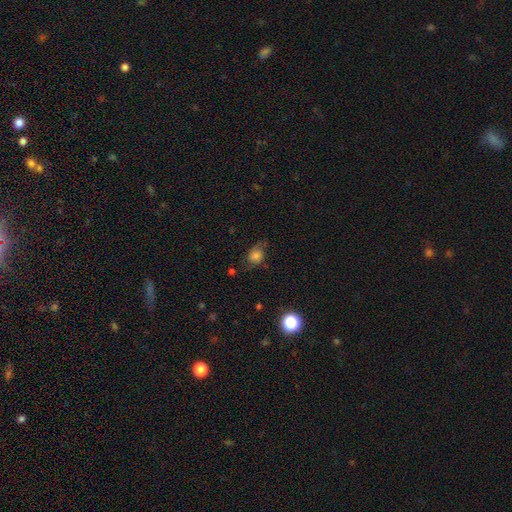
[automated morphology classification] smooth 62%, featured or disk 24%, star or artifact 13%. Down the decision tree: how rounded — in between (53%); merging — none (53%).